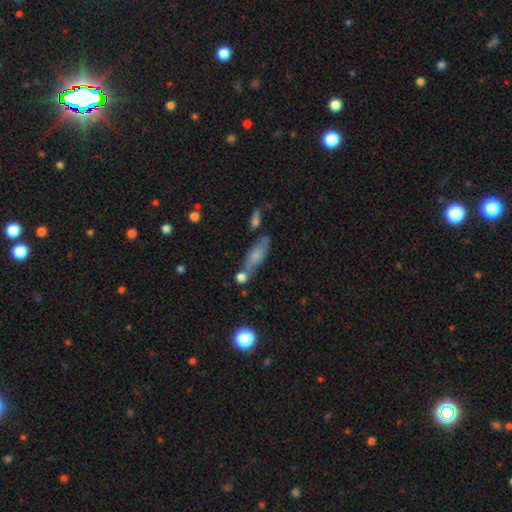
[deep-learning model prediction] smooth 62%, featured or disk 28%, star or artifact 10%. Down the decision tree: how rounded — in between (51%); merging — none (58%).